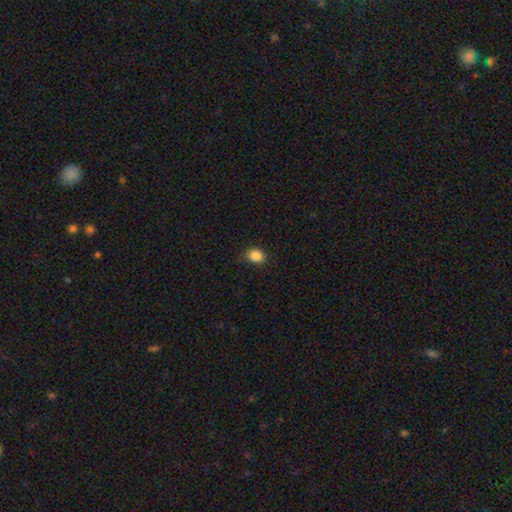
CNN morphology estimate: smooth-or-featured: smooth: 86% | star or artifact: 10% | featured or disk: 4%
  how-rounded: round: 56% | in between: 43% | cigar-shaped: 1%
  merging: none: 77% | minor disturbance: 18% | major disturbance: 4% | merger: 1%